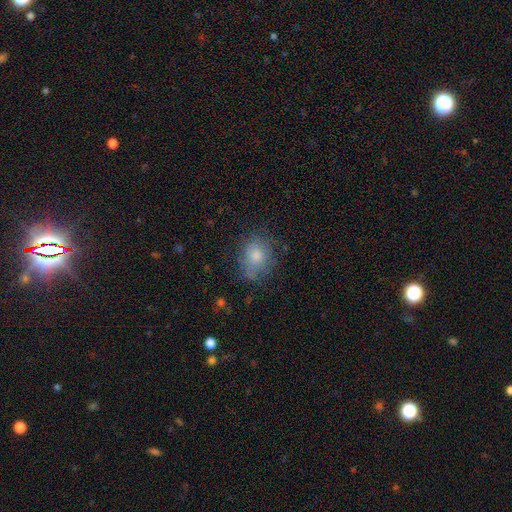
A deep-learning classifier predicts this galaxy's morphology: smooth-or-featured: smooth: 76% | featured or disk: 14% | star or artifact: 10%
  how-rounded: round: 54% | in between: 45% | cigar-shaped: 1%
  merging: none: 68% | minor disturbance: 22% | major disturbance: 8% | merger: 2%